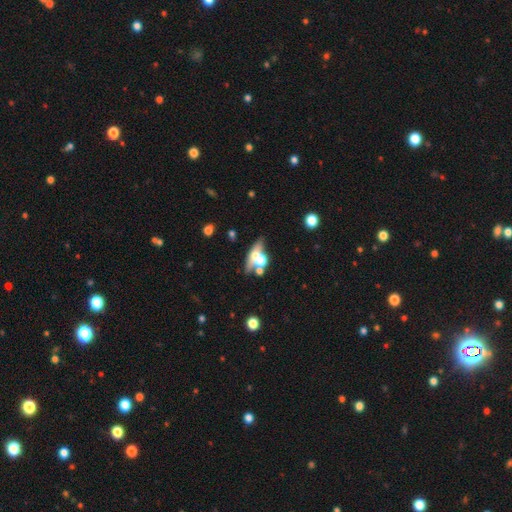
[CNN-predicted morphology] Smooth or featured? featured or disk (45%)
Merging? merger (42%)